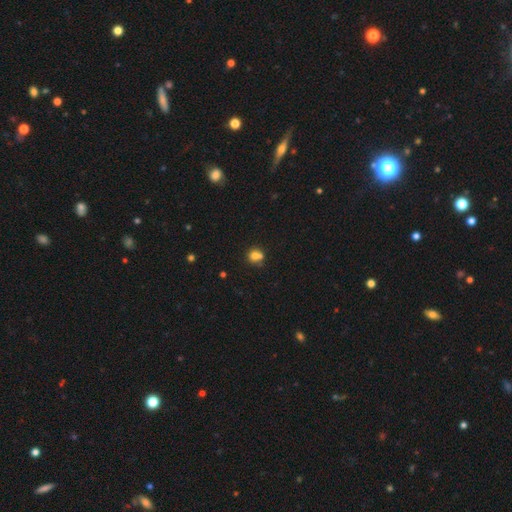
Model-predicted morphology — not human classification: Smooth or featured?
  - smooth: 74% *
  - star or artifact: 14%
  - featured or disk: 13%
How rounded?
  - round: 81% *
  - in between: 18%
  - cigar-shaped: 1%
Merging?
  - none: 47% *
  - merger: 39%
  - minor disturbance: 10%
  - major disturbance: 4%